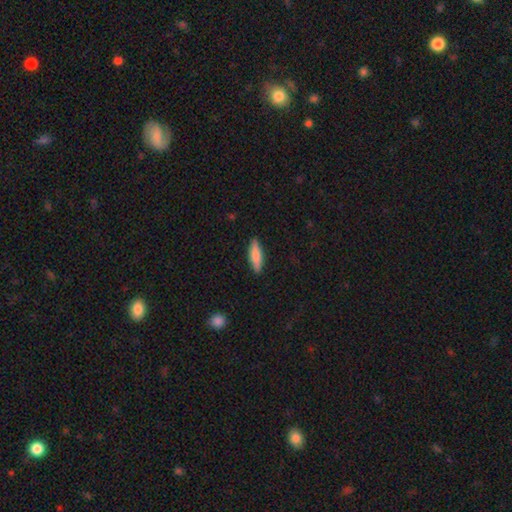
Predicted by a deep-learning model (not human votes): The model was most divided on "how rounded": cigar-shaped: 67%, in between: 32%, round: 2%. More confident: merging — none (89%); smooth or featured — smooth (77%).